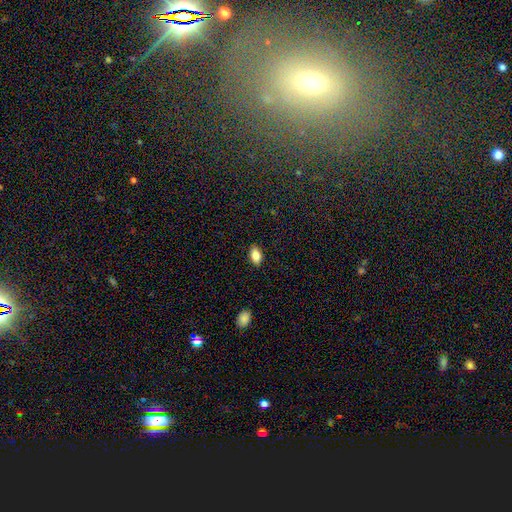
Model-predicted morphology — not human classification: Smooth or featured?
  - smooth: 83% *
  - featured or disk: 9%
  - star or artifact: 8%
How rounded?
  - in between: 90% *
  - round: 6%
  - cigar-shaped: 3%
Merging?
  - none: 87% *
  - minor disturbance: 10%
  - major disturbance: 2%
  - merger: 1%